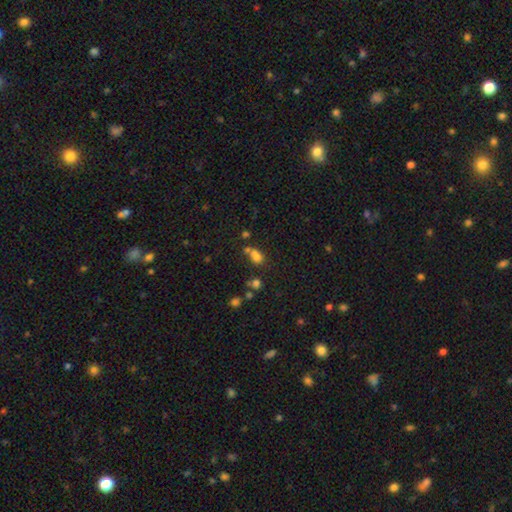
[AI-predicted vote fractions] Morphology: type=smooth (70%); roundness=in between (64%); merging=merger (42%).